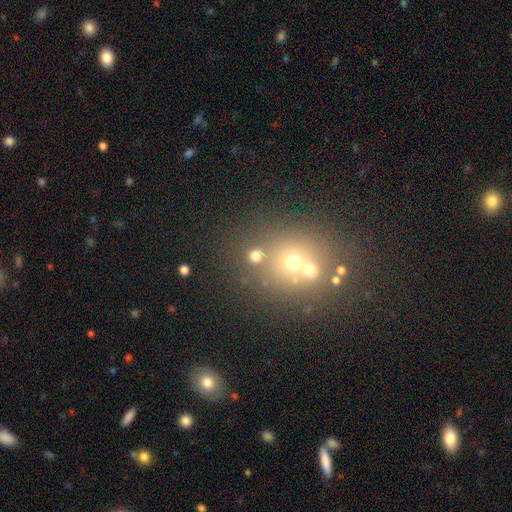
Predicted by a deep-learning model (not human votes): The model was most divided on "merging": none: 63%, merger: 27%, minor disturbance: 7%, major disturbance: 4%. More confident: how rounded — round (87%); smooth or featured — smooth (67%).